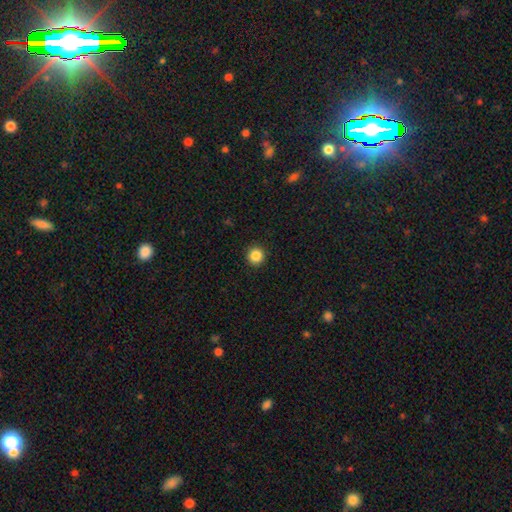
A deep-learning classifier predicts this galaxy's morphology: type=smooth (86%); roundness=round (95%); merging=none (93%).